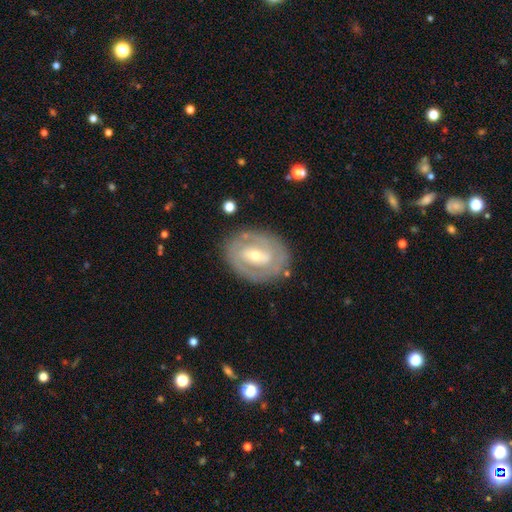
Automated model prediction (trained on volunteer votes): Smooth or featured? featured or disk (76%)
Edge-on disk? no (95%)
Bar? weak (39%)
Spiral arms? yes (66%)
Bulge size? small (53%)
Merging? none (81%)